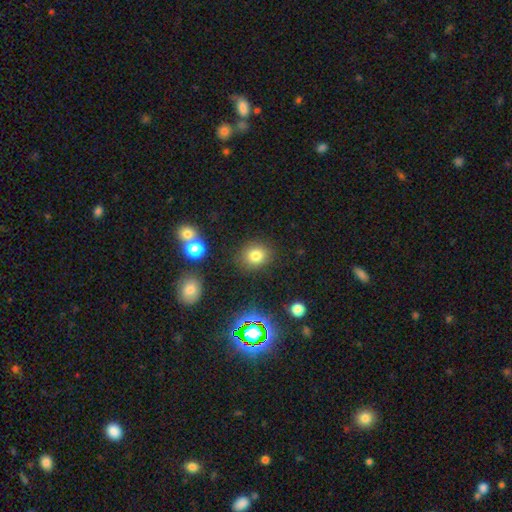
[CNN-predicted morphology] smooth-or-featured: smooth: 78% | star or artifact: 15% | featured or disk: 7%
  how-rounded: round: 73% | in between: 26% | cigar-shaped: 1%
  merging: none: 85% | minor disturbance: 9% | major disturbance: 3% | merger: 3%